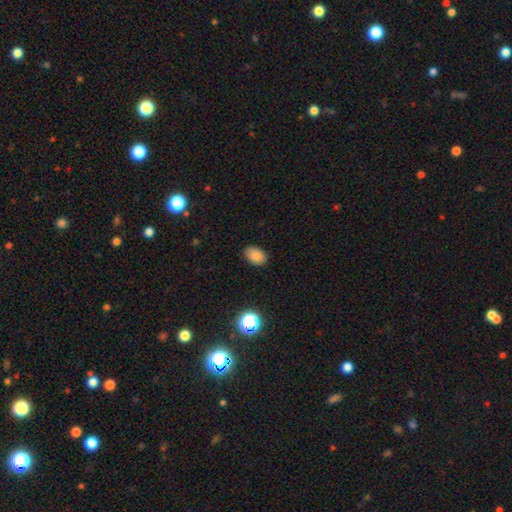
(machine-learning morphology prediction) Smooth or featured? Predicted: smooth (p=0.84). How rounded? Predicted: in between (p=0.81). Merging? Predicted: none (p=0.86).